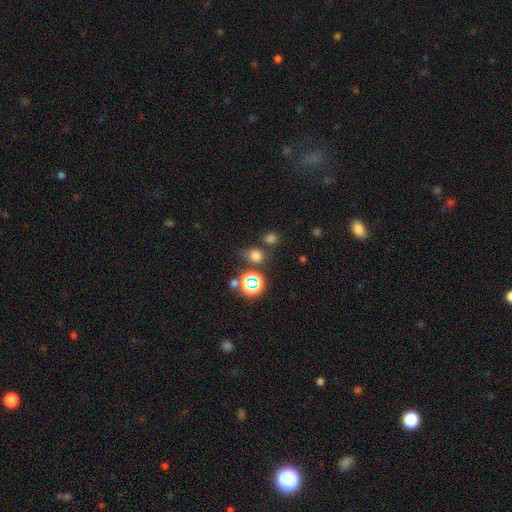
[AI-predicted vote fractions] smooth_or_featured: smooth (p=0.67) [alt: star or artifact p=0.27]
how_rounded: round (p=0.64) [alt: in between p=0.35]
merging: none (p=0.68) [alt: minor disturbance p=0.14]